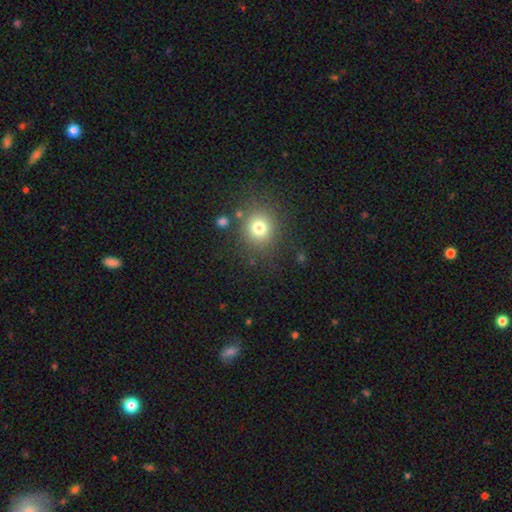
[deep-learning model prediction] The model was most divided on "smooth or featured": smooth: 69%, star or artifact: 24%, featured or disk: 7%. More confident: merging — none (86%); how rounded — round (81%).